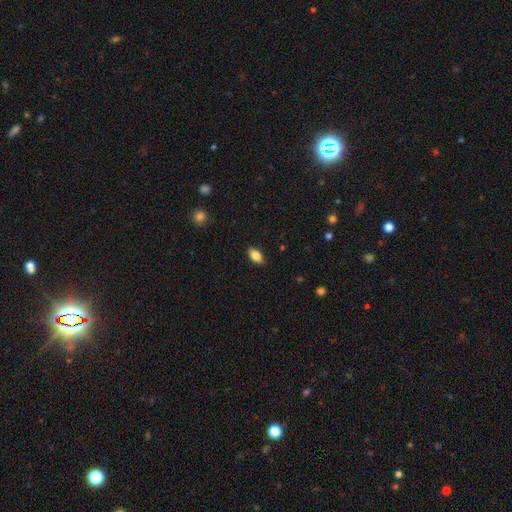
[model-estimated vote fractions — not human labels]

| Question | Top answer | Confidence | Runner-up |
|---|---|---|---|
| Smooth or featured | smooth | 84% | featured or disk (8%) |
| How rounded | in between | 91% | cigar-shaped (4%) |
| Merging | none | 89% | minor disturbance (9%) |